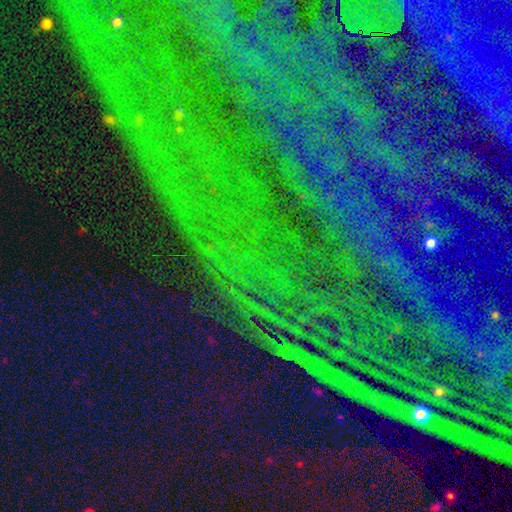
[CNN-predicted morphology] This is clearly a star or artifact rather than a galaxy (87%).